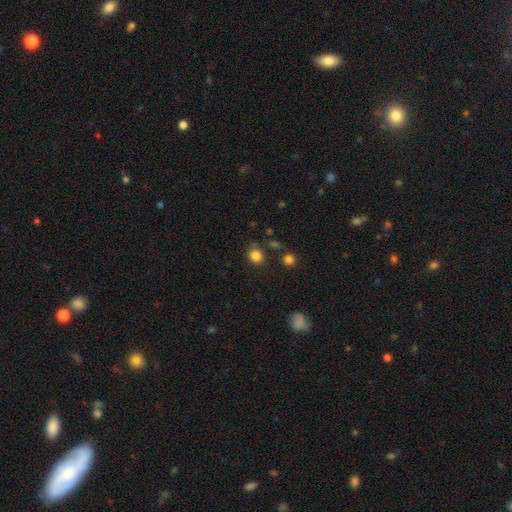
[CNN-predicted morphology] Overall: smooth (84%). How rounded: round (70%). Merging: none (78%).